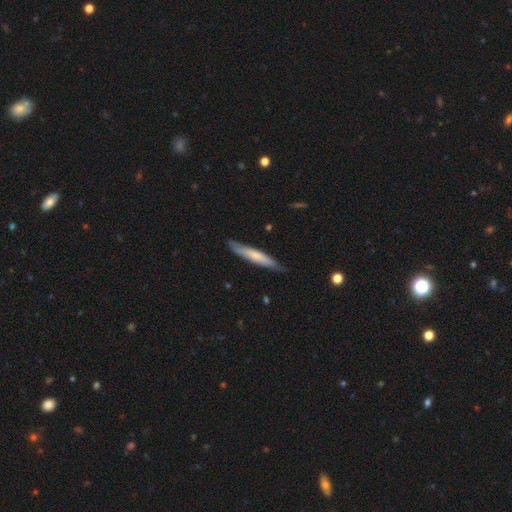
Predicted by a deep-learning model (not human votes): Smooth or featured?
  - smooth: 61% *
  - featured or disk: 34%
  - star or artifact: 5%
How rounded?
  - cigar-shaped: 92% *
  - in between: 7%
  - round: 1%
Merging?
  - none: 80% *
  - minor disturbance: 17%
  - major disturbance: 2%
  - merger: 1%